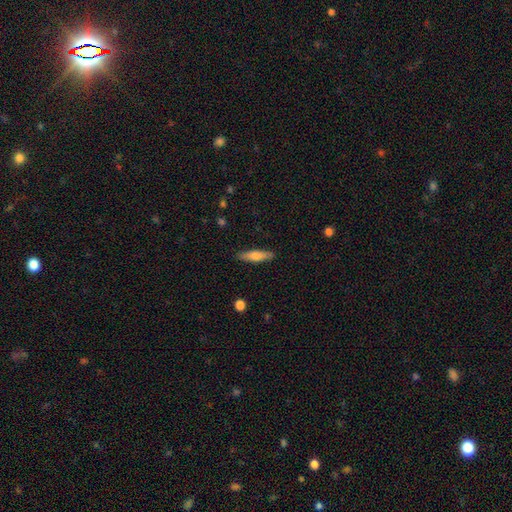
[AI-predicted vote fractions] Smooth or featured: smooth — 62% (featured or disk — 33%)
How rounded: cigar-shaped — 78% (in between — 20%)
Merging: none — 89% (minor disturbance — 8%)